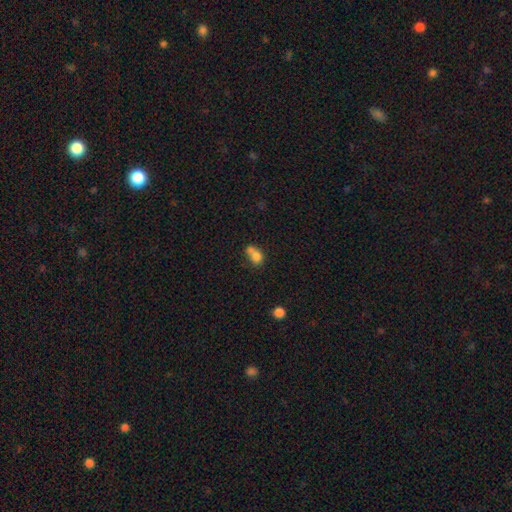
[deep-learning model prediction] Smooth or featured? Predicted: smooth (p=0.75). How rounded? Predicted: in between (p=0.53). Merging? Predicted: merger (p=0.55).